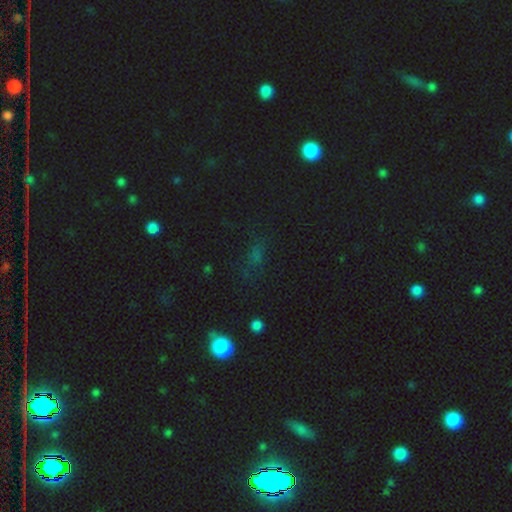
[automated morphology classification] Smooth or featured?
  - star or artifact: 52% *
  - smooth: 35%
  - featured or disk: 13%